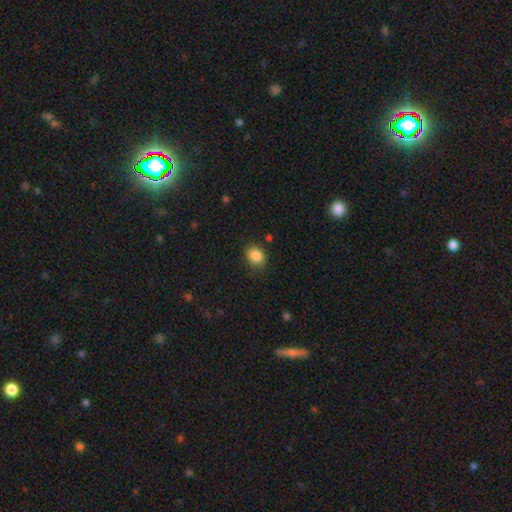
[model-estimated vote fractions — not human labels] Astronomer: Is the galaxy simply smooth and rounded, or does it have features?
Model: smooth — 86%.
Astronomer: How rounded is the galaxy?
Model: in between — 52% (runner-up: round, 47%).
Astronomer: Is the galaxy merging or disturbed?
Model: none — 80%.